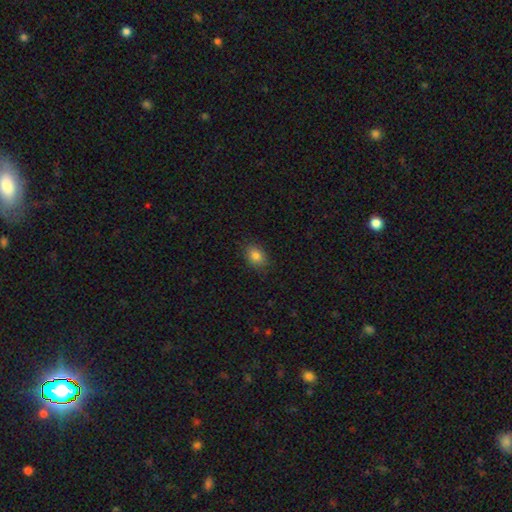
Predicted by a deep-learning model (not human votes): smooth 84%, star or artifact 11%, featured or disk 6%. Down the decision tree: how rounded — in between (67%); merging — none (86%).